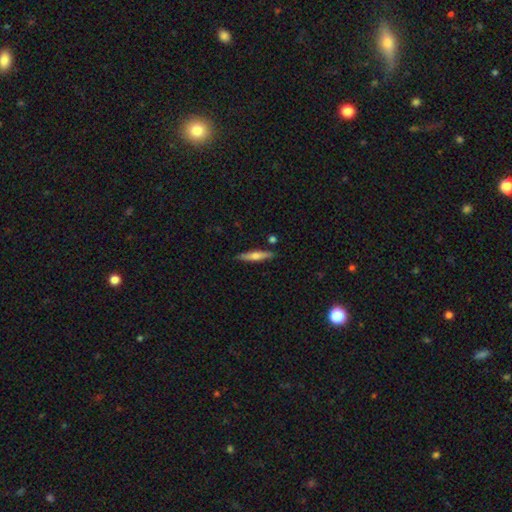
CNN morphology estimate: The model was most divided on "smooth or featured": smooth: 51%, featured or disk: 43%, star or artifact: 6%. More confident: how rounded — cigar-shaped (86%); merging — none (86%).